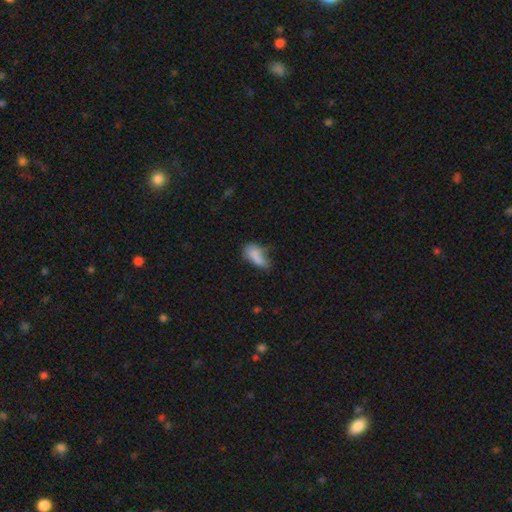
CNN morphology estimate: This is likely a smooth galaxy (75%). How rounded: clearly in between (84%). Merging: marginally minor disturbance (35%).